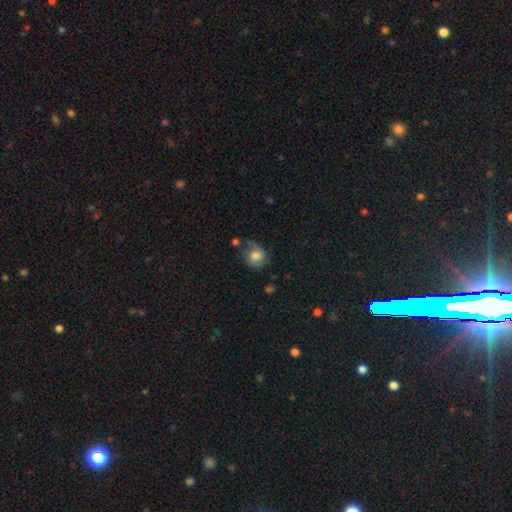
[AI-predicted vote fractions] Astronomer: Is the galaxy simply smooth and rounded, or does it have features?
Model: smooth — 58%.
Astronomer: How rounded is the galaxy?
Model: round — 70%.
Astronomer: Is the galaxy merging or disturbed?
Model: none — 51% (runner-up: minor disturbance, 28%).